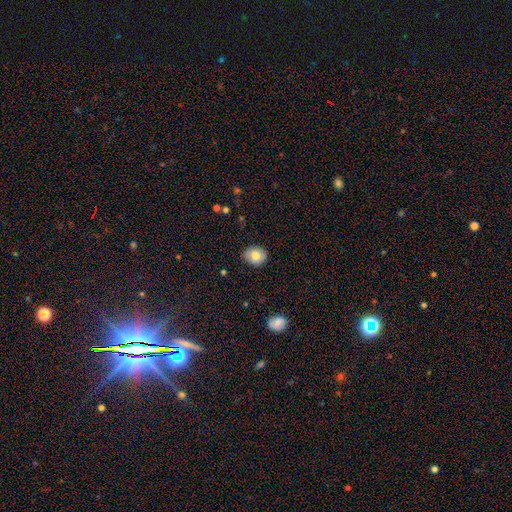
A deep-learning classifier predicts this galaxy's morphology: The model was most divided on "how rounded": round: 60%, in between: 39%, cigar-shaped: 1%. More confident: merging — none (85%); smooth or featured — smooth (77%).